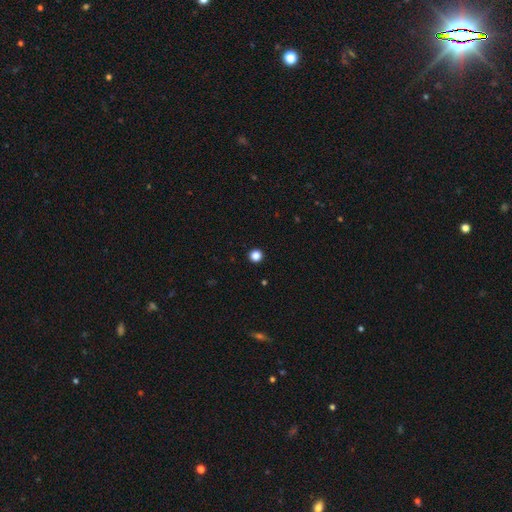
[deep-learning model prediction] Q: Smooth or featured?
A: smooth (85%); runner-up: star or artifact (12%)
Q: How rounded?
A: round (95%); runner-up: in between (4%)
Q: Merging?
A: none (94%); runner-up: minor disturbance (4%)